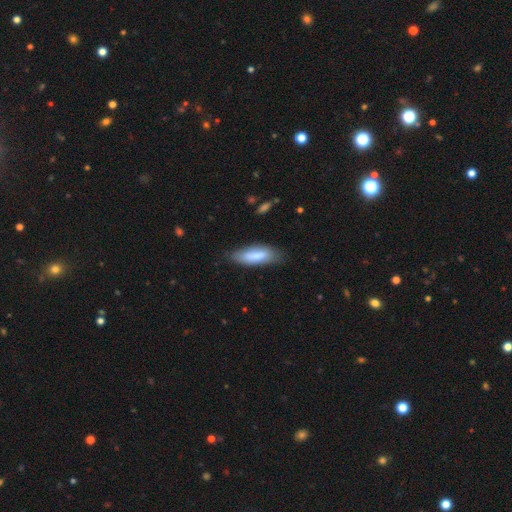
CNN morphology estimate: This is likely a smooth galaxy (80%). How rounded: likely in between (64%). Merging: likely none (73%).